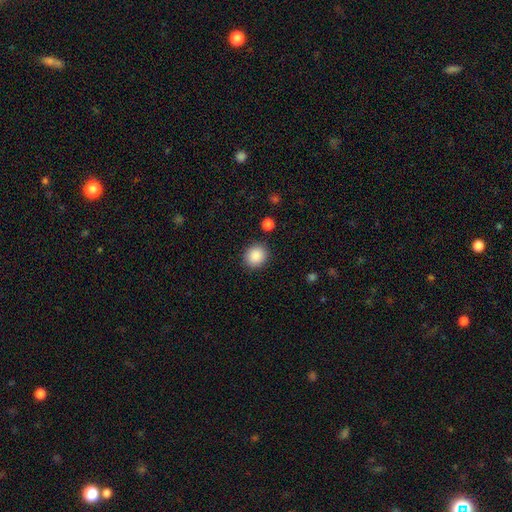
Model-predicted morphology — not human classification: This is clearly a smooth galaxy (88%). How rounded: likely round (78%). Merging: clearly none (88%).